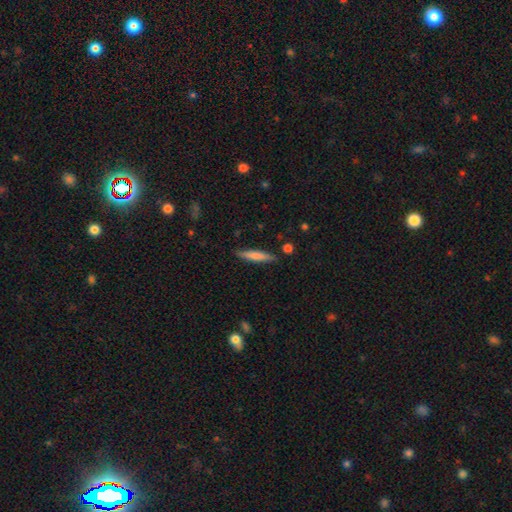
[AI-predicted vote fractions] This is likely a smooth galaxy (69%). How rounded: clearly cigar-shaped (89%). Merging: clearly none (87%).